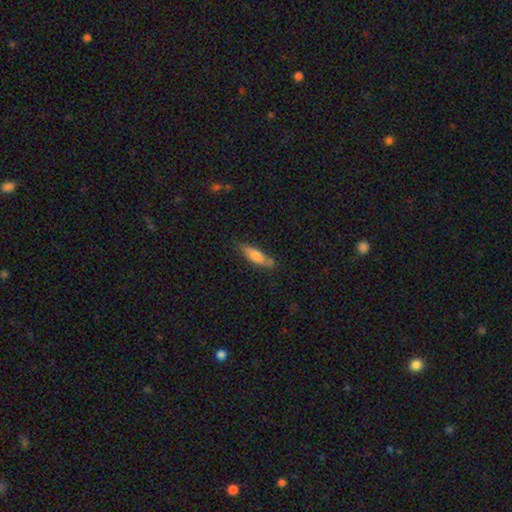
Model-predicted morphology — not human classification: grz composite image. It shows a smooth galaxy with no disk features (71%) that is cigar-shaped (58%). Merging: none (69%).